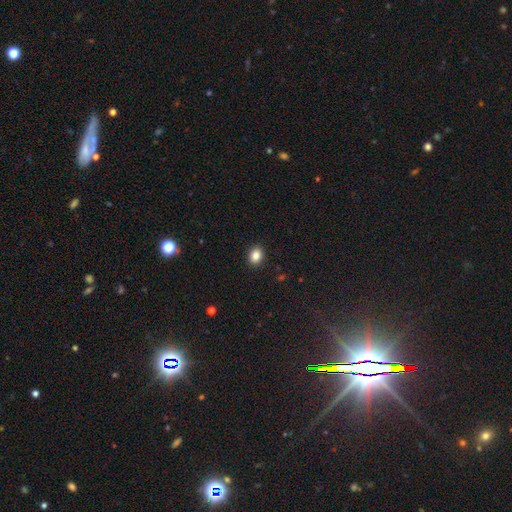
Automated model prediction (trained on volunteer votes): The model was most divided on "how rounded": in between: 56%, round: 43%, cigar-shaped: 1%. More confident: merging — none (91%); smooth or featured — smooth (86%).